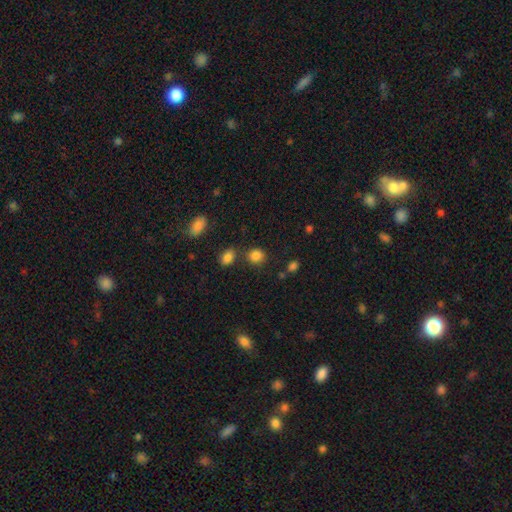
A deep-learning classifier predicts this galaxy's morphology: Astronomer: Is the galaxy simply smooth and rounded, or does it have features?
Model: smooth — 84%.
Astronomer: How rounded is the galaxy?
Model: round — 74%.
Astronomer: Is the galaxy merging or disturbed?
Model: none — 74%.